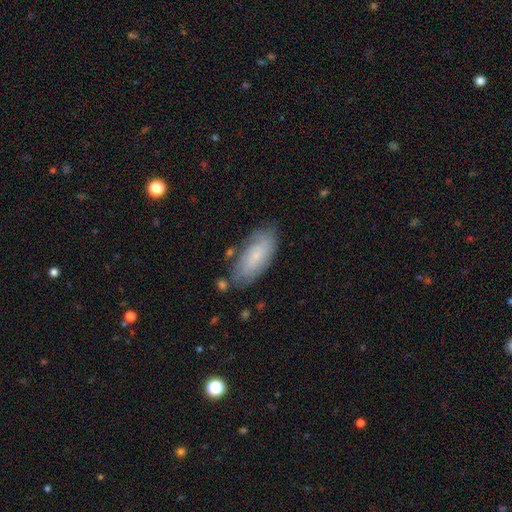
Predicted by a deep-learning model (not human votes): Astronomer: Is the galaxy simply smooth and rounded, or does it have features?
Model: smooth — 59%.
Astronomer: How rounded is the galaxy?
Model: in between — 83%.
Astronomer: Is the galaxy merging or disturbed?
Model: none — 71%.